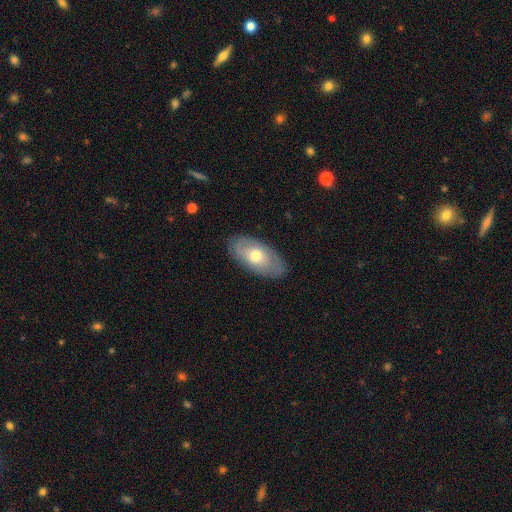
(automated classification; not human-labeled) Q: Smooth or featured?
A: smooth (57%); runner-up: featured or disk (37%)
Q: How rounded?
A: in between (93%); runner-up: cigar-shaped (4%)
Q: Merging?
A: none (84%); runner-up: minor disturbance (12%)